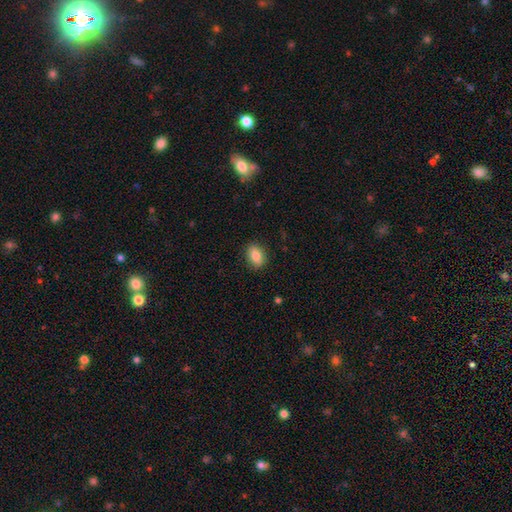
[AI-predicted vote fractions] smooth 81%, featured or disk 11%, star or artifact 8%. Down the decision tree: how rounded — in between (79%); merging — none (88%).